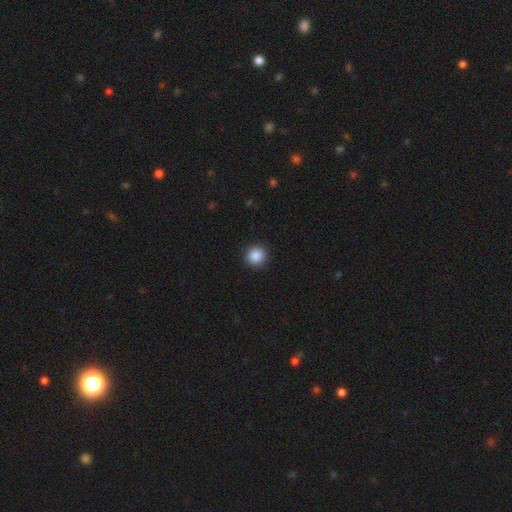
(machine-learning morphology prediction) Overall: smooth (87%). How rounded: round (92%). Merging: none (92%).